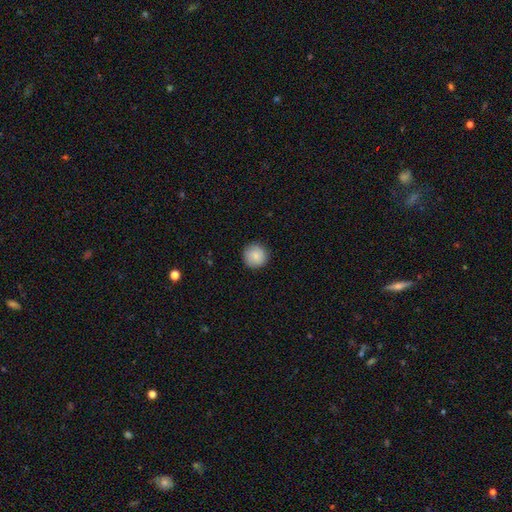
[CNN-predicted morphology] Smooth or featured: smooth — 86% (star or artifact — 7%)
How rounded: round — 96% (in between — 3%)
Merging: none — 90% (minor disturbance — 7%)